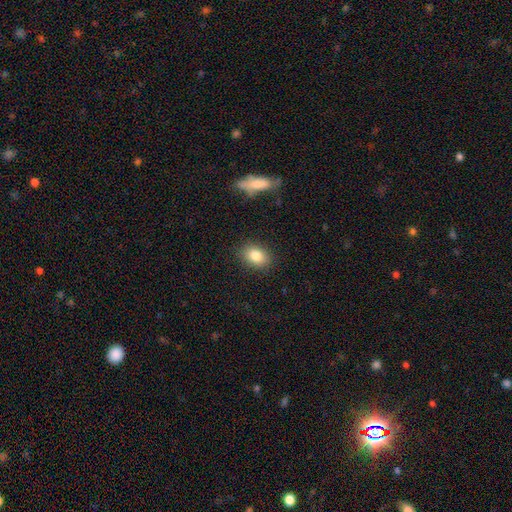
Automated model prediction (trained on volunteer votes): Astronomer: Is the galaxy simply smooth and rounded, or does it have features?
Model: smooth — 83%.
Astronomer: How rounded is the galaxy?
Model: in between — 74%.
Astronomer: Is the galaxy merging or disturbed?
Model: none — 86%.